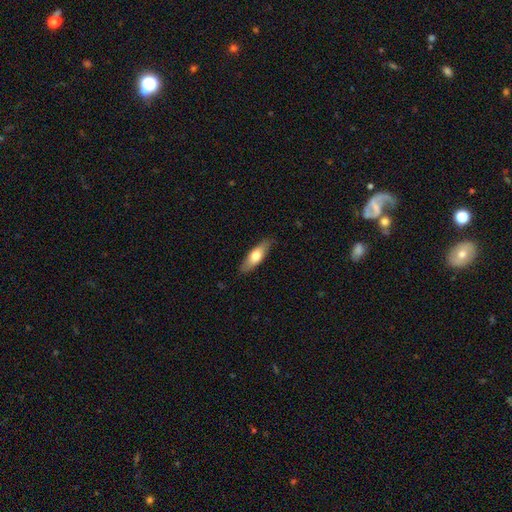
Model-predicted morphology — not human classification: This appears to be a smooth galaxy with no disk features (64%) that is in between round and cigar-shaped (54%). Merging: none (83%).